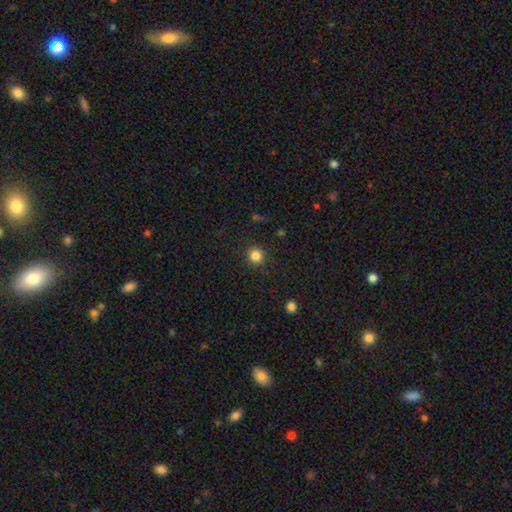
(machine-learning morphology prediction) The model was most divided on "smooth or featured": smooth: 84%, star or artifact: 12%, featured or disk: 4%. More confident: how rounded — round (91%); merging — none (90%).